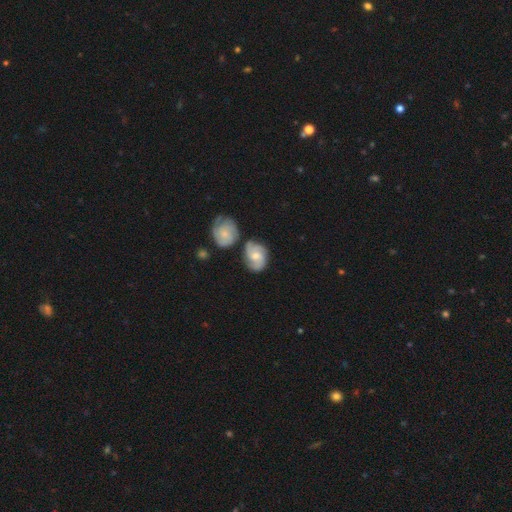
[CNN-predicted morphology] type=featured or disk (70%); edge-on=no (97%); bar=no (61%); spiral arms=yes (93%); winding=medium (44%); arm count=3 (38%); bulge=moderate (53%); merging=none (55%).